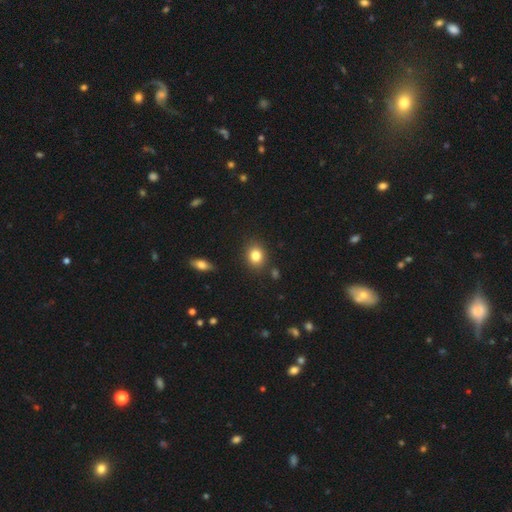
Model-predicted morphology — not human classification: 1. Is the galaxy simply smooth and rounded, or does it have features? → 82% smooth, 10% star or artifact, 7% featured or disk.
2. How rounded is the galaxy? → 59% round, 40% in between, 1% cigar-shaped.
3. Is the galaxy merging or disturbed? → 86% none, 9% minor disturbance, 3% merger, 2% major disturbance.